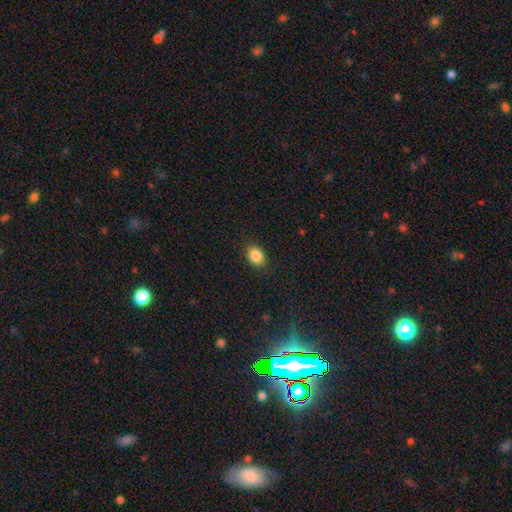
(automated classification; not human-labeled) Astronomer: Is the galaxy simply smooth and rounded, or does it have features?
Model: smooth — 87%.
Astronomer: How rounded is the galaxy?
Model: in between — 75%.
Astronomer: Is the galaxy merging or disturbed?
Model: none — 86%.